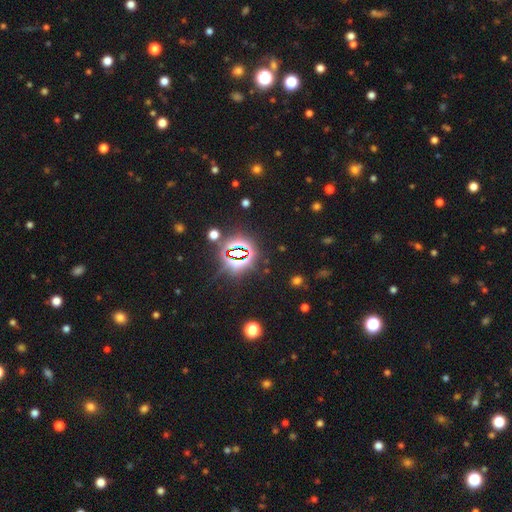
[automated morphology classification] Smooth or featured?
  - star or artifact: 82% *
  - smooth: 11%
  - featured or disk: 7%